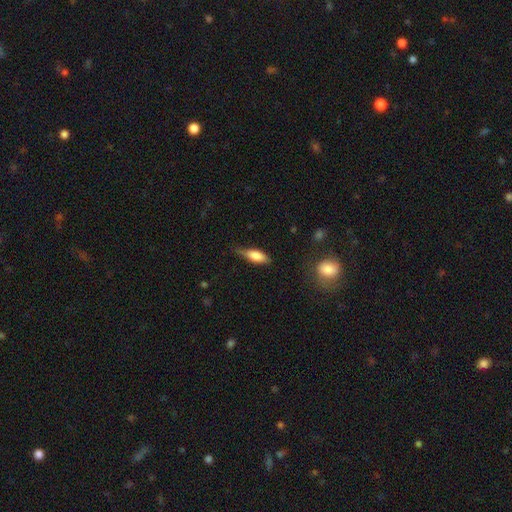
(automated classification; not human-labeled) Overall: smooth (71%). How rounded: in between (64%; cigar-shaped 34%). Merging: none (58%; minor disturbance 32%).